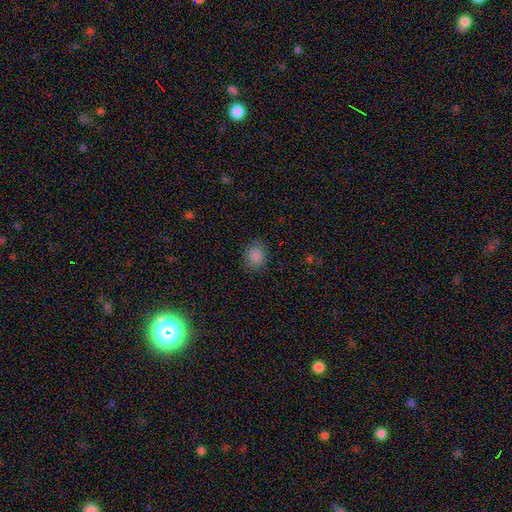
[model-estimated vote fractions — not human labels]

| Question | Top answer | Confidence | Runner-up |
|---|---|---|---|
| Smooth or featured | smooth | 85% | star or artifact (11%) |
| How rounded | round | 68% | in between (31%) |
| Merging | none | 84% | minor disturbance (12%) |